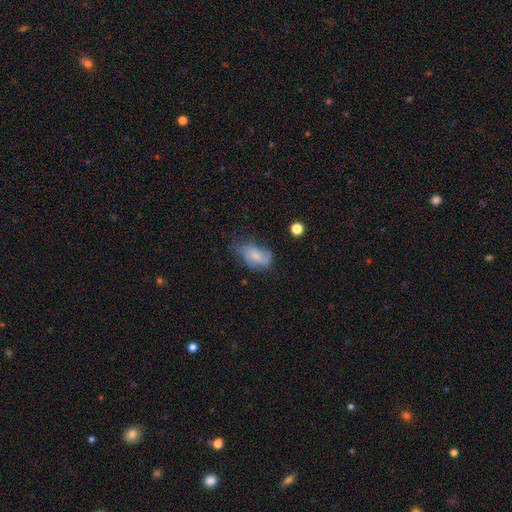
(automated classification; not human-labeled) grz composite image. It shows a smooth galaxy with no disk features (60%) that is in between round and cigar-shaped (88%). Merging: none (38%).